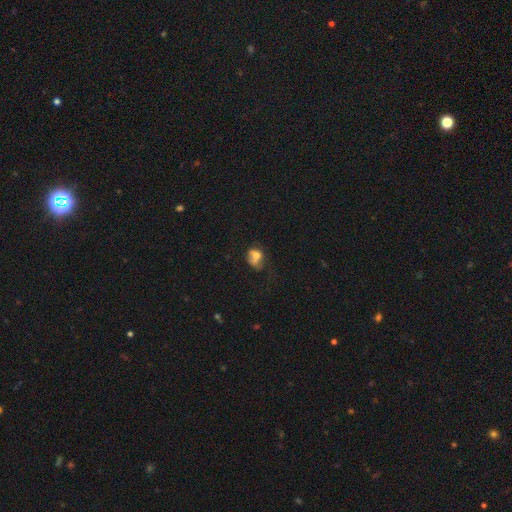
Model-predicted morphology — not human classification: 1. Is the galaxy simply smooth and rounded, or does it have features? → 63% smooth, 25% featured or disk, 13% star or artifact.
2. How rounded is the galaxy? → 53% in between, 45% round, 1% cigar-shaped.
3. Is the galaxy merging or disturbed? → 31% none, 25% minor disturbance, 25% major disturbance, 19% merger.